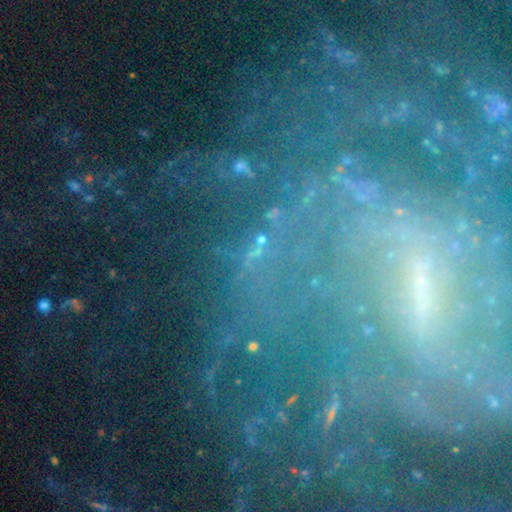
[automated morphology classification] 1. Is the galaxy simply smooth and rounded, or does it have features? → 66% star or artifact, 18% featured or disk, 15% smooth.